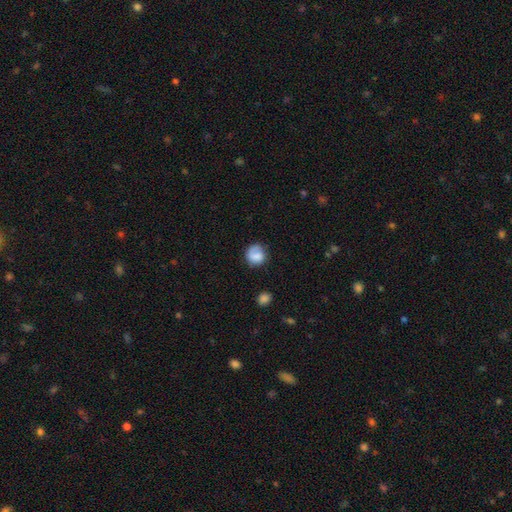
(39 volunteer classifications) Smooth or featured? smooth (62%)
How rounded? round (79%)
Merging? none (58%)